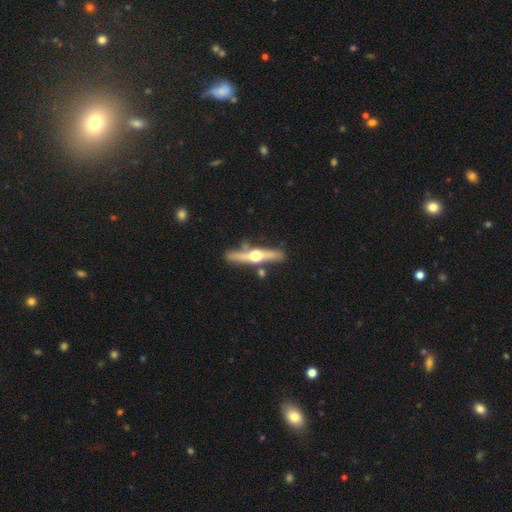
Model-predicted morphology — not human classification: A featured or disk galaxy (75%) viewed edge-on (96%) with a rounded central bulge (96%).

Vote fractions:
- Smooth or featured? featured or disk: 75% / smooth: 20% / star or artifact: 5%
- Edge-on disk? yes: 96% / no: 4%
- Edge-on bulge? rounded: 96% / boxy: 2% / none: 2%
- Merging? none: 77% / minor disturbance: 13% / merger: 7% / major disturbance: 3%